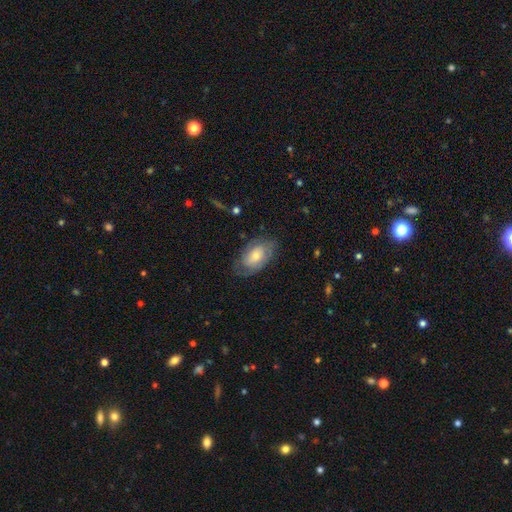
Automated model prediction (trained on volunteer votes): Overall: smooth (46%, tied with featured or disk). Merging: none (71%).